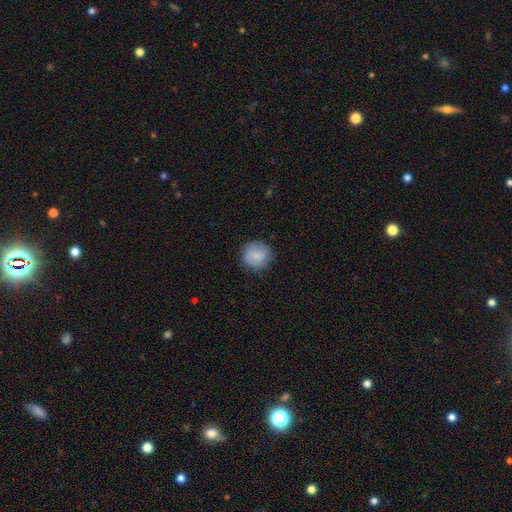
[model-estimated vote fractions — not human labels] Overall: smooth (81%). How rounded: round (91%). Merging: none (83%).